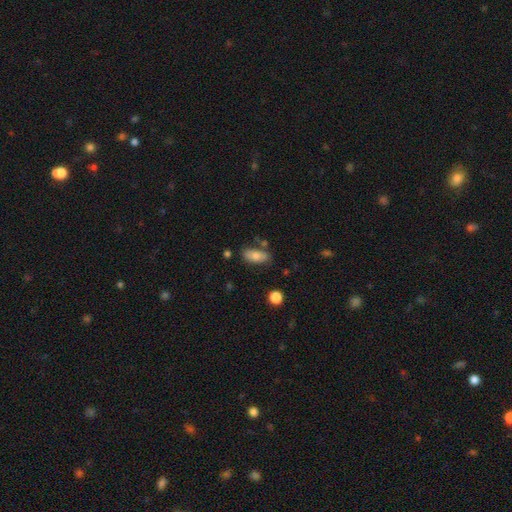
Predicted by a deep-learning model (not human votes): smooth 77%, featured or disk 15%, star or artifact 8%. Down the decision tree: how rounded — in between (86%); merging — none (70%).